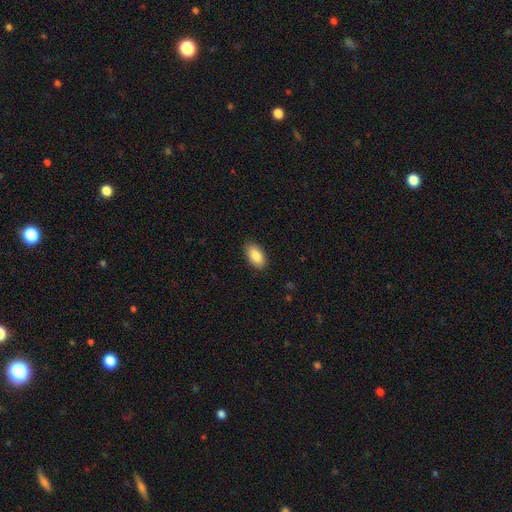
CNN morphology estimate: smooth 87%, star or artifact 7%, featured or disk 7%. Down the decision tree: how rounded — in between (94%); merging — none (89%).